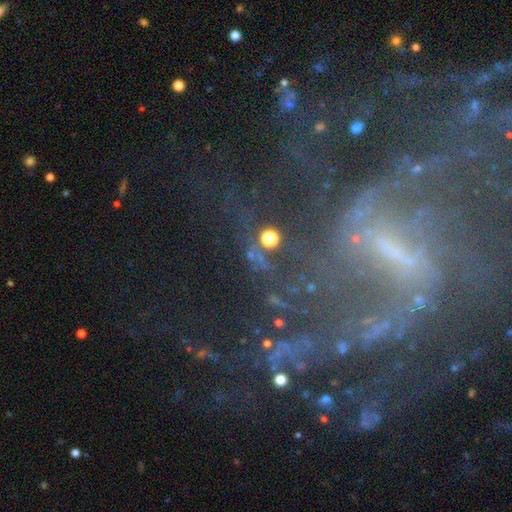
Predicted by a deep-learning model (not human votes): Smooth or featured: star or artifact — 57% (smooth — 25%)